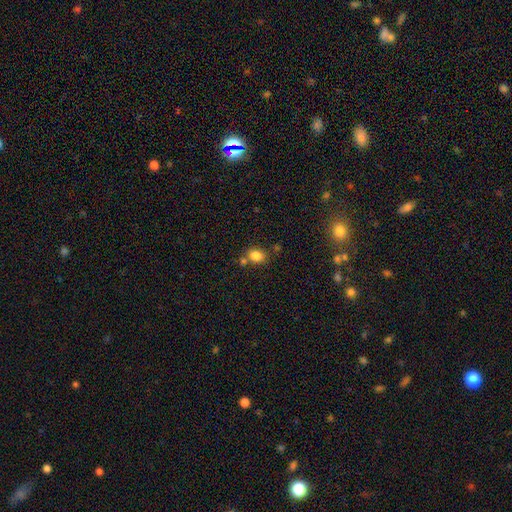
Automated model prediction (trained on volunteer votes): smooth 82%, star or artifact 11%, featured or disk 7%. Down the decision tree: how rounded — in between (50%); merging — none (64%).